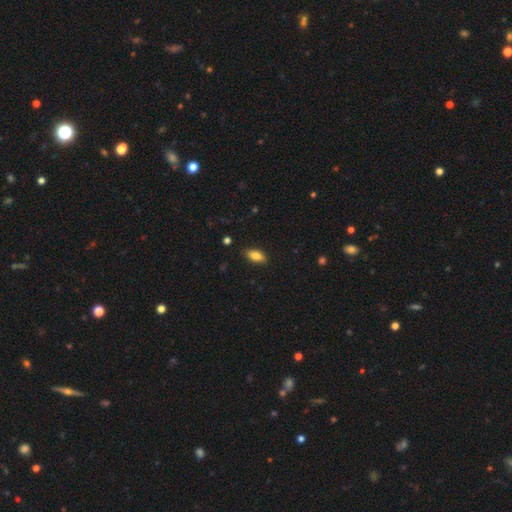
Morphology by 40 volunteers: smooth 88%, featured or disk 8%, star or artifact 5%. Down the decision tree: how rounded — in between (91%); merging — none (95%).